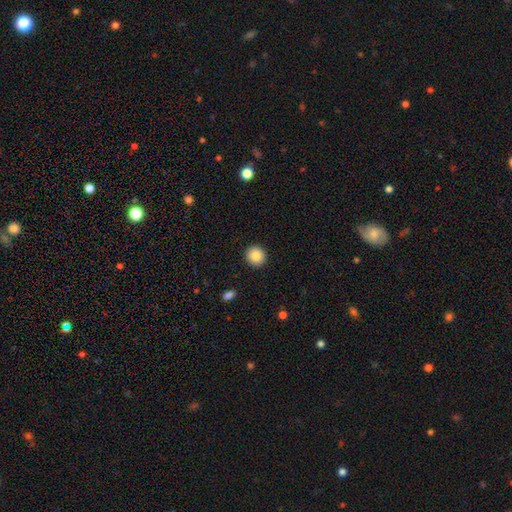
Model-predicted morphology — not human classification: This is clearly a smooth galaxy (86%). How rounded: clearly round (92%). Merging: clearly none (92%).